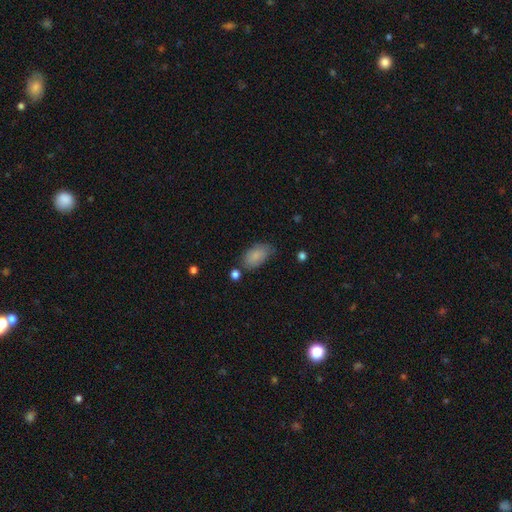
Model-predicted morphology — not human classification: smooth-or-featured: smooth: 84% | featured or disk: 9% | star or artifact: 7%
  how-rounded: in between: 93% | round: 5% | cigar-shaped: 2%
  merging: none: 63% | minor disturbance: 26% | major disturbance: 6% | merger: 5%